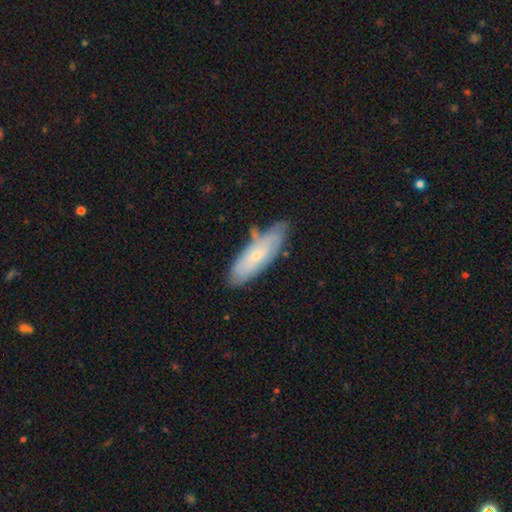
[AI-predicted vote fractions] This appears to be a smooth galaxy with no disk features (50%). Merging: none (65%).